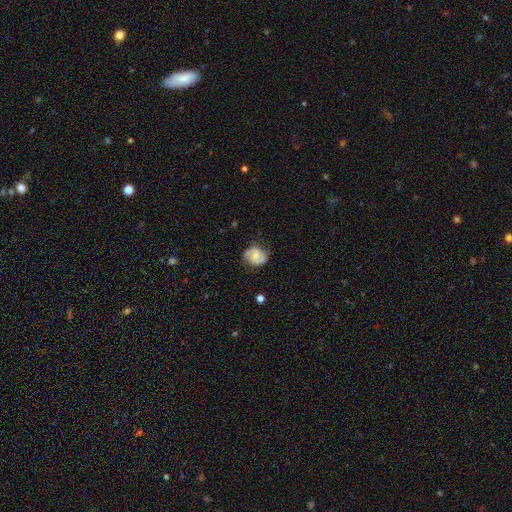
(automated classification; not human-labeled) This appears to be a featured or disk galaxy (56%) with no bar (54%), spiral arms (88%) and a small central bulge (45%). Merging: none (75%).